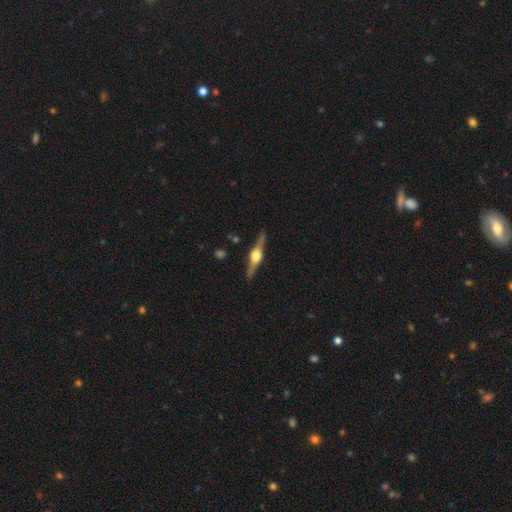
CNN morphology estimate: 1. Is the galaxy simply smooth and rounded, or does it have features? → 82% featured or disk, 13% smooth, 5% star or artifact.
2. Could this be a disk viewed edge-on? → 98% yes, 2% no.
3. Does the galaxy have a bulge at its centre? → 94% rounded, 5% boxy, 1% none.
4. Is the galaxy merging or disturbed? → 89% none, 8% minor disturbance, 2% major disturbance, 1% merger.